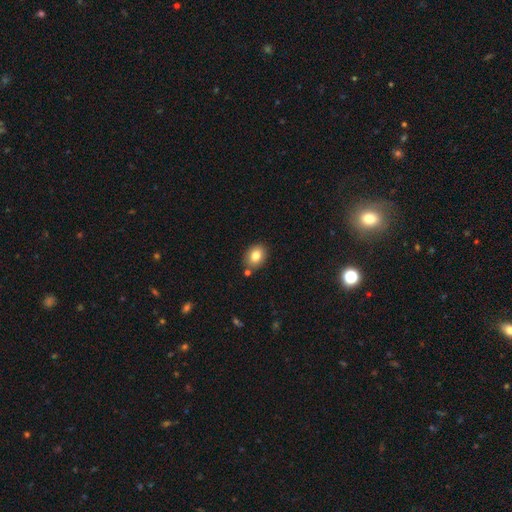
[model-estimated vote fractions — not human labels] Smooth or featured: smooth — 82% (featured or disk — 9%)
How rounded: in between — 62% (round — 37%)
Merging: none — 82% (minor disturbance — 11%)